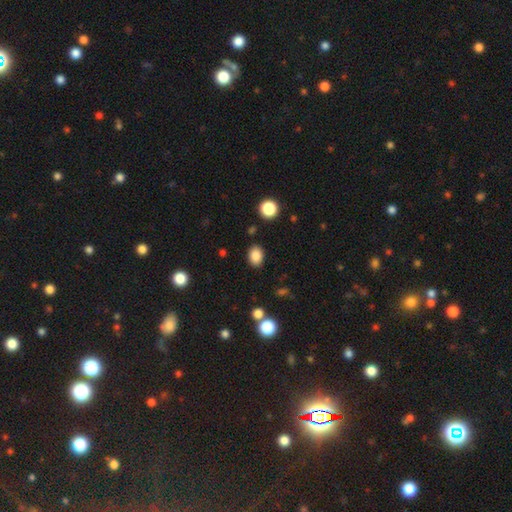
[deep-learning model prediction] The model was most divided on "how rounded": in between: 70%, round: 29%, cigar-shaped: 1%. More confident: merging — none (86%); smooth or featured — smooth (85%).